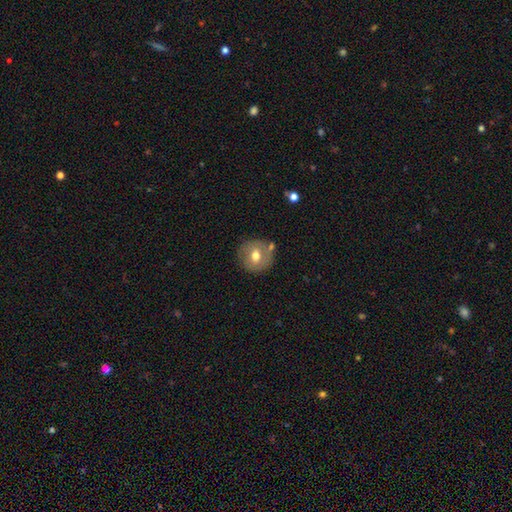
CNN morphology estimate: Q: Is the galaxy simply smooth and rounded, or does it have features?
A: smooth — 65%.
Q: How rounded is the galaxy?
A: round — 90%.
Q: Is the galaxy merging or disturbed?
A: none — 75%.